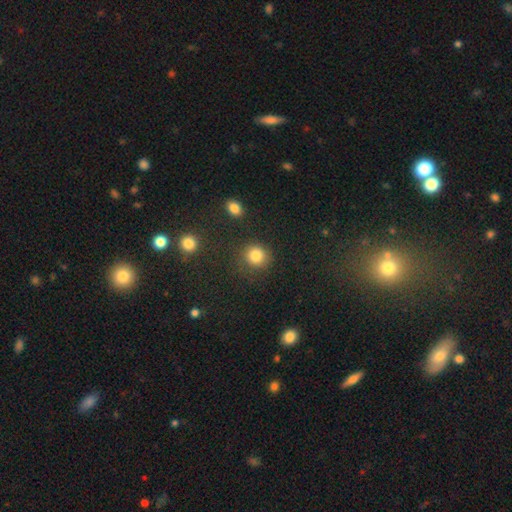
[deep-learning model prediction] Smooth or featured? Predicted: smooth (p=0.84). How rounded? Predicted: round (p=0.87). Merging? Predicted: none (p=0.81).